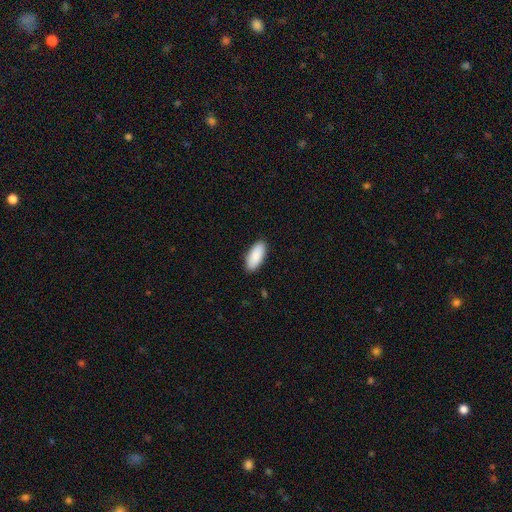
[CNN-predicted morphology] This appears to be a smooth galaxy with no disk features (91%) that is in between round and cigar-shaped (89%). Merging: none (90%).